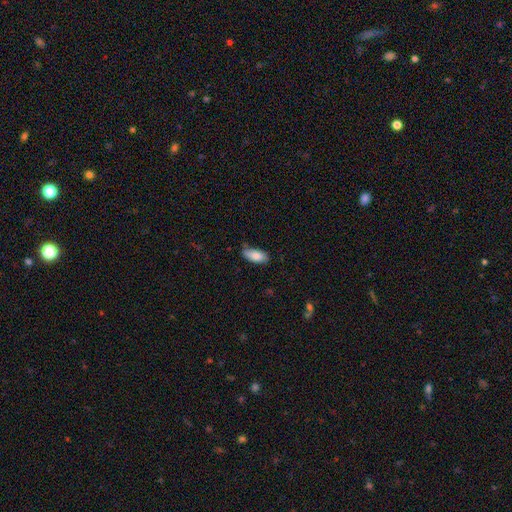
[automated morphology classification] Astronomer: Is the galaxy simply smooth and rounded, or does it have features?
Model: smooth — 84%.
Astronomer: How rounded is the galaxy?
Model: in between — 90%.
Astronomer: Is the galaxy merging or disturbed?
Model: none — 73%.